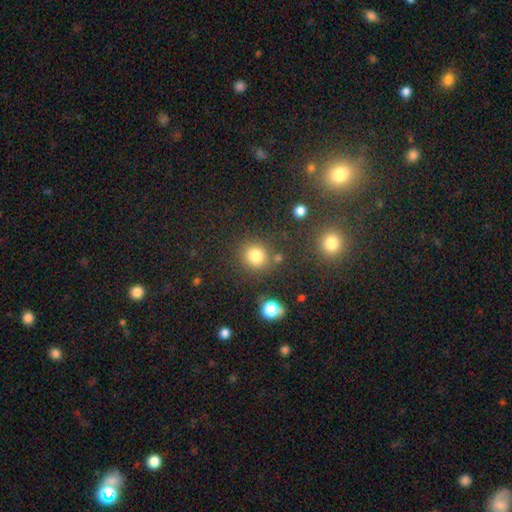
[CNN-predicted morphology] Overall: smooth (79%). How rounded: round (86%). Merging: none (79%).